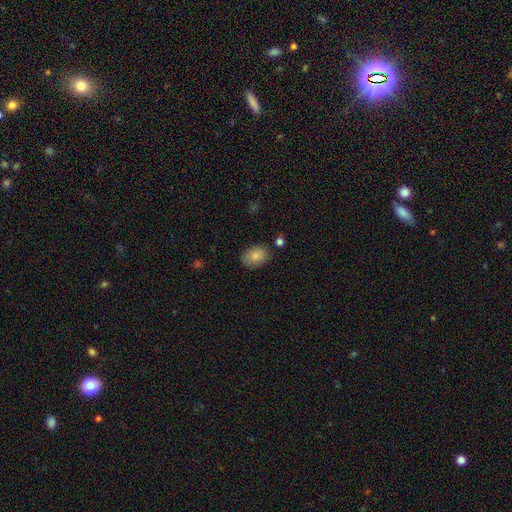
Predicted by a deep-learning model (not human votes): Smooth or featured? Predicted: smooth (p=0.85). How rounded? Predicted: in between (p=0.83). Merging? Predicted: none (p=0.84).